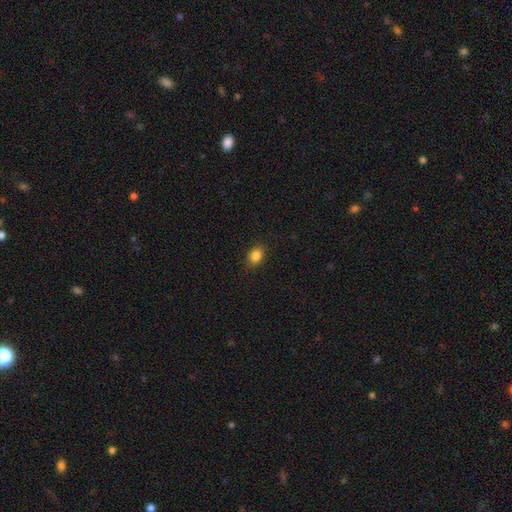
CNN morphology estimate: The model was most divided on "how rounded": in between: 59%, round: 40%, cigar-shaped: 1%. More confident: merging — none (88%); smooth or featured — smooth (85%).